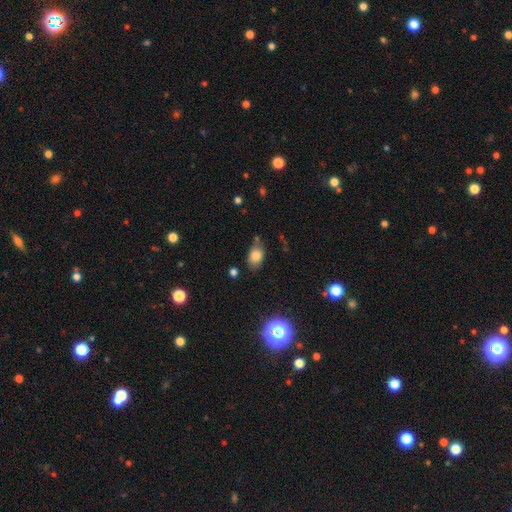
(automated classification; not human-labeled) Smooth or featured? smooth (79%)
How rounded? in between (83%)
Merging? none (68%)